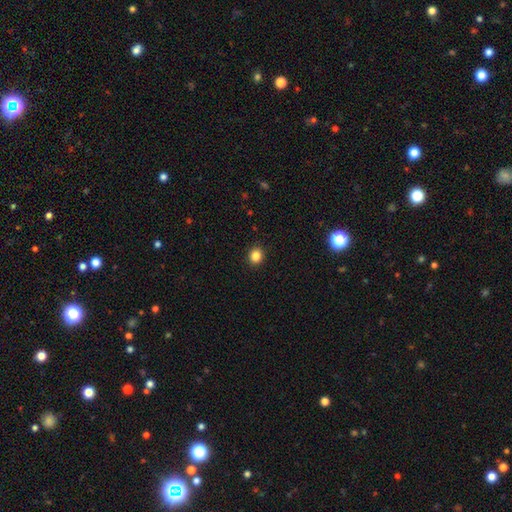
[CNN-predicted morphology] The model was most divided on "how rounded": round: 78%, in between: 21%, cigar-shaped: 1%. More confident: merging — none (92%); smooth or featured — smooth (85%).